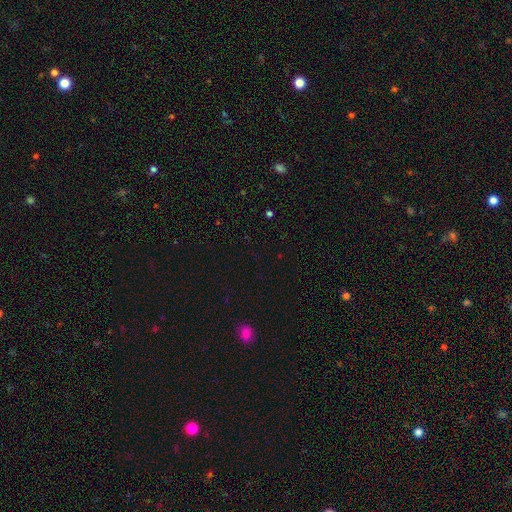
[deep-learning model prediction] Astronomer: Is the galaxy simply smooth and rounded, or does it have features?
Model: star or artifact — 69%.